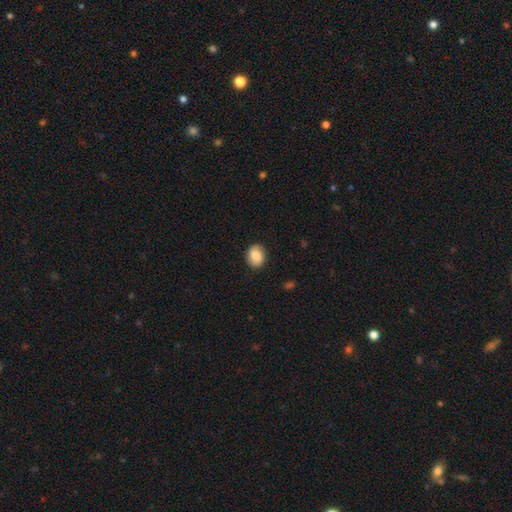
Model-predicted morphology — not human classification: Smooth or featured: smooth — 71% (featured or disk — 20%)
How rounded: round — 58% (in between — 41%)
Merging: none — 85% (minor disturbance — 11%)